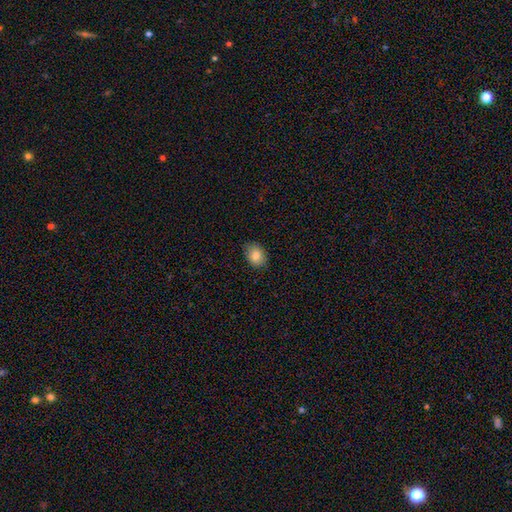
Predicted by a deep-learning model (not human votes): The model was most divided on "how rounded": in between: 67%, round: 32%, cigar-shaped: 1%. More confident: merging — none (82%); smooth or featured — smooth (82%).